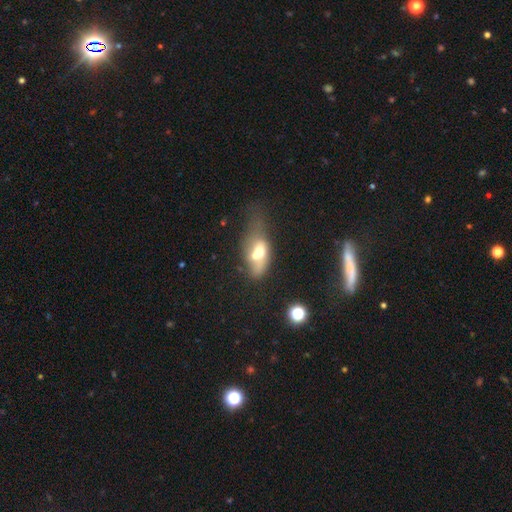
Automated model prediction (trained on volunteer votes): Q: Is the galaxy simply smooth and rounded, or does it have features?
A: smooth — 56%.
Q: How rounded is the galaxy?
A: in between — 79%.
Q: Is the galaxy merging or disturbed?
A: merger — 48%.